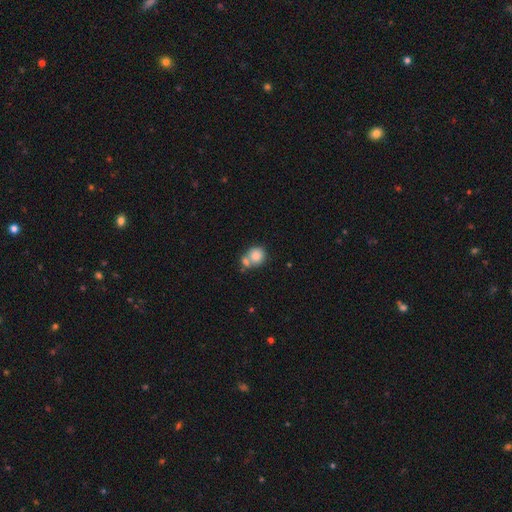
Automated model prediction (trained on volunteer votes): Smooth or featured?
  - smooth: 82% *
  - featured or disk: 9%
  - star or artifact: 9%
How rounded?
  - round: 80% *
  - in between: 19%
  - cigar-shaped: 1%
Merging?
  - merger: 45% *
  - none: 41%
  - minor disturbance: 10%
  - major disturbance: 4%